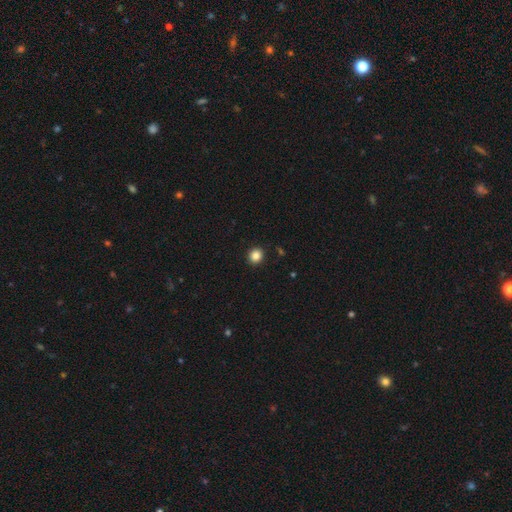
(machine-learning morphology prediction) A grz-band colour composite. It shows a smooth galaxy with no disk features (85%) that is round (87%). Merging: none (92%).